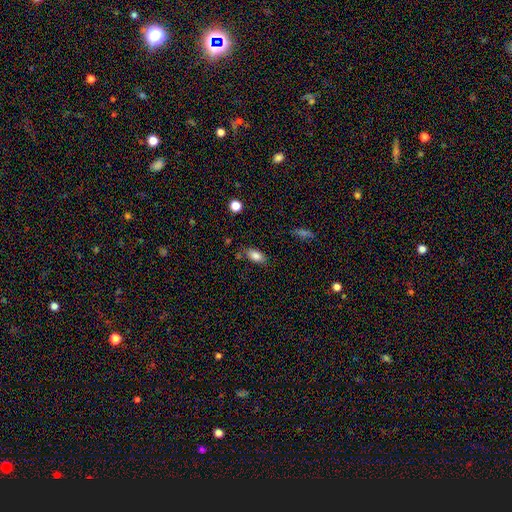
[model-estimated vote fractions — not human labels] Smooth or featured?
  - smooth: 84% *
  - star or artifact: 8%
  - featured or disk: 8%
How rounded?
  - in between: 90% *
  - cigar-shaped: 6%
  - round: 5%
Merging?
  - none: 76% *
  - minor disturbance: 16%
  - merger: 4%
  - major disturbance: 4%